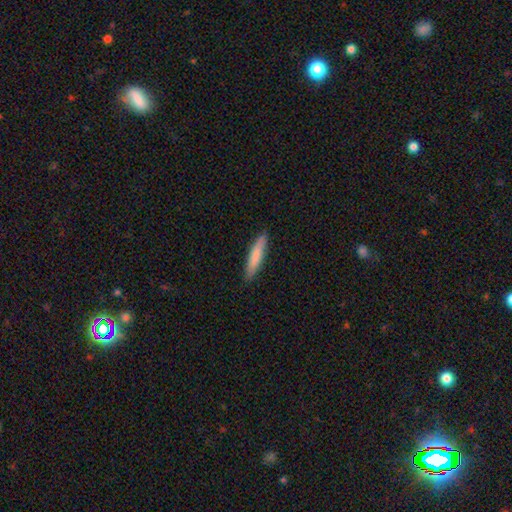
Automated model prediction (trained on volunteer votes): This is likely a smooth galaxy (80%). How rounded: clearly cigar-shaped (88%). Merging: clearly none (89%).